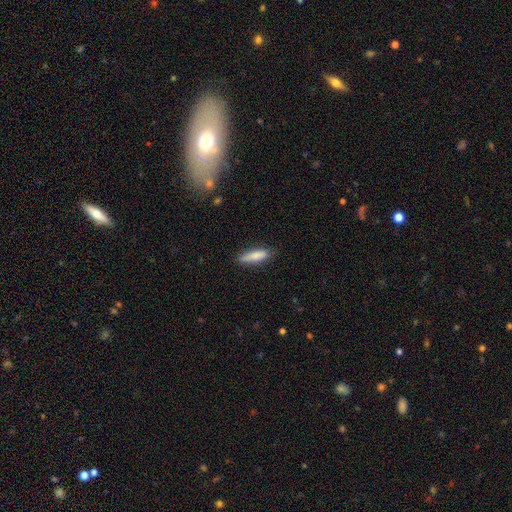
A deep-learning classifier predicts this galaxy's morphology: Smooth or featured: smooth — 81% (featured or disk — 13%)
How rounded: cigar-shaped — 70% (in between — 29%)
Merging: none — 80% (minor disturbance — 16%)